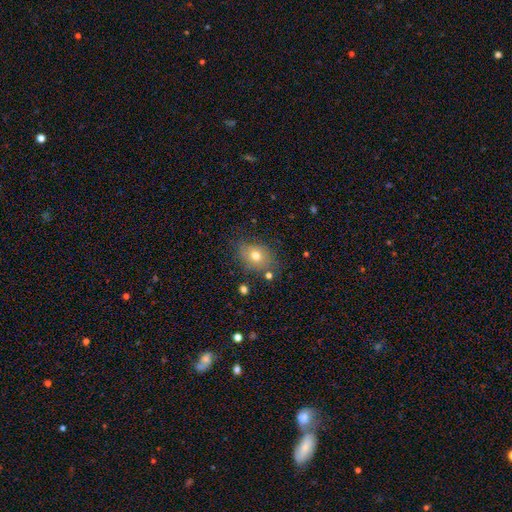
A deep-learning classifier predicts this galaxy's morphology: smooth 71%, featured or disk 17%, star or artifact 12%. Down the decision tree: how rounded — in between (63%); merging — none (70%).